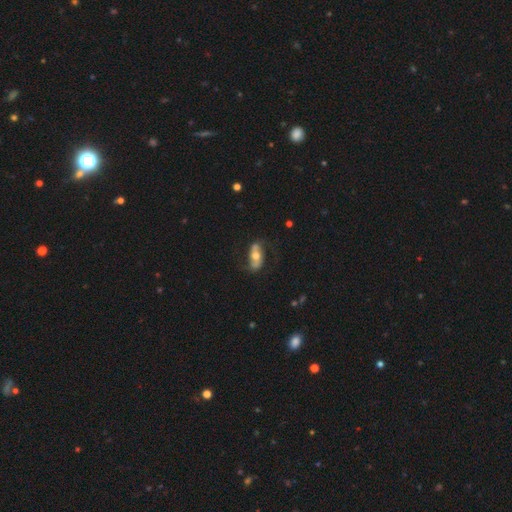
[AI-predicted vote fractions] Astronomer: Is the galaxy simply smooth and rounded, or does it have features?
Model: featured or disk — 56% (runner-up: smooth, 37%).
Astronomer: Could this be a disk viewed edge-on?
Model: no — 80%.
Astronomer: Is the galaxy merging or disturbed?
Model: none — 66%.